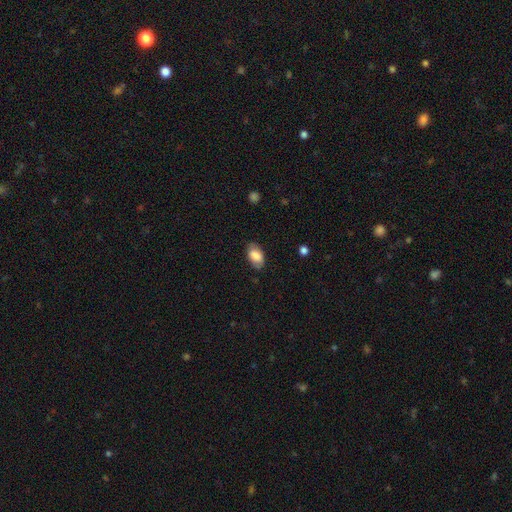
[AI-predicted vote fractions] smooth_or_featured: smooth (p=0.81) [alt: featured or disk p=0.12]
how_rounded: in between (p=0.93) [alt: round p=0.05]
merging: none (p=0.77) [alt: minor disturbance p=0.18]